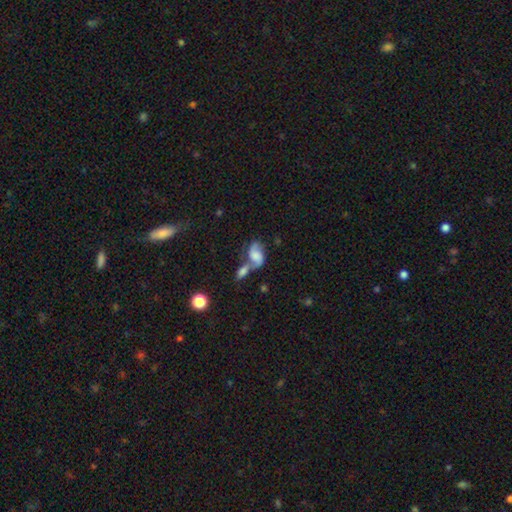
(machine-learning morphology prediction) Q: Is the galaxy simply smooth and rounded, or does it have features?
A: featured or disk — 48%.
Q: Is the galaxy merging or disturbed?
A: merger — 54%.